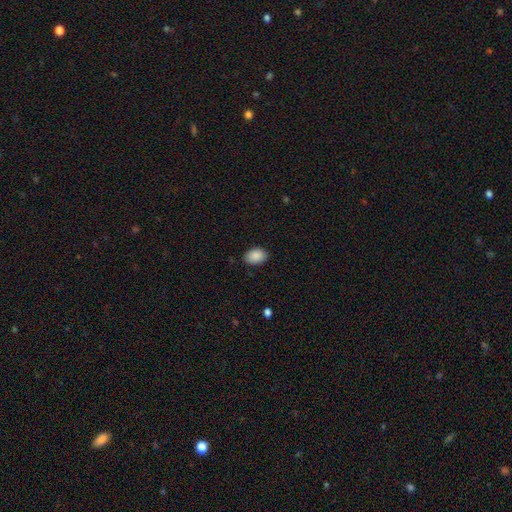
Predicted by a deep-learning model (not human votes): smooth 90%, star or artifact 7%, featured or disk 3%. Down the decision tree: how rounded — in between (84%); merging — none (86%).